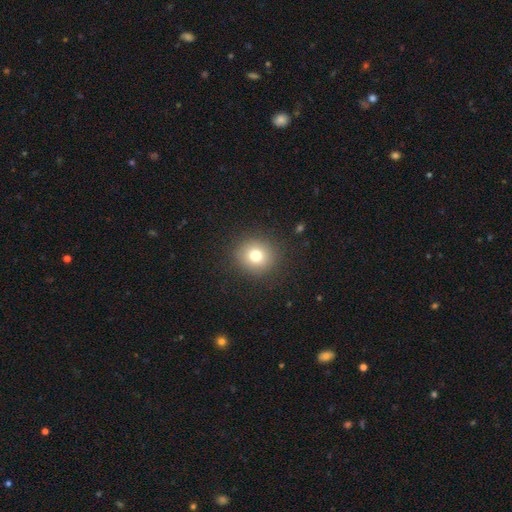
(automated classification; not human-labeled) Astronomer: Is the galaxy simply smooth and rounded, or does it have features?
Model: smooth — 76%.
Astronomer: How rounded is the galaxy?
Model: round — 90%.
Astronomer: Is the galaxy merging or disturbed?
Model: none — 89%.